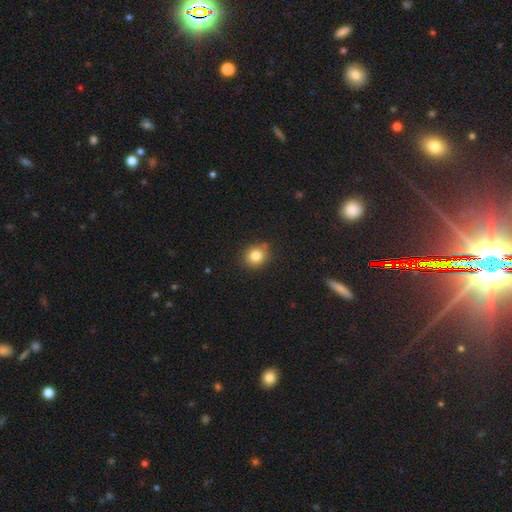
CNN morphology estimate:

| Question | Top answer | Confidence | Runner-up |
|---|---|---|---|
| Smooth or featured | smooth | 82% | star or artifact (11%) |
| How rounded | round | 77% | in between (22%) |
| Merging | none | 83% | minor disturbance (12%) |